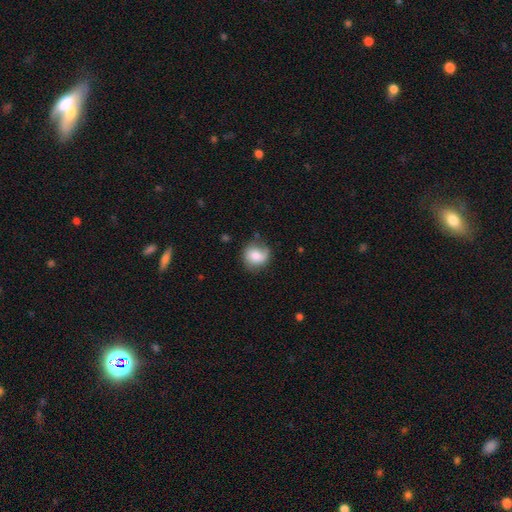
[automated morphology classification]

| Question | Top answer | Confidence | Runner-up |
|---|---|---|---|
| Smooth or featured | smooth | 69% | featured or disk (23%) |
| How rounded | round | 80% | in between (19%) |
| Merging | none | 65% | minor disturbance (24%) |